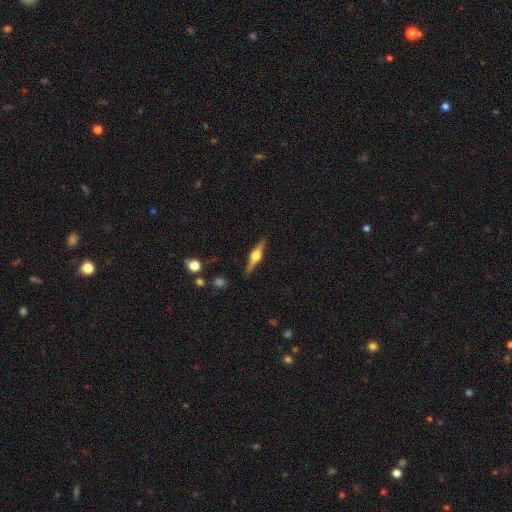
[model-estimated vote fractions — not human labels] This appears to be a featured or disk galaxy (79%) viewed edge-on (98%) with a rounded central bulge (94%). Merging: none (89%).